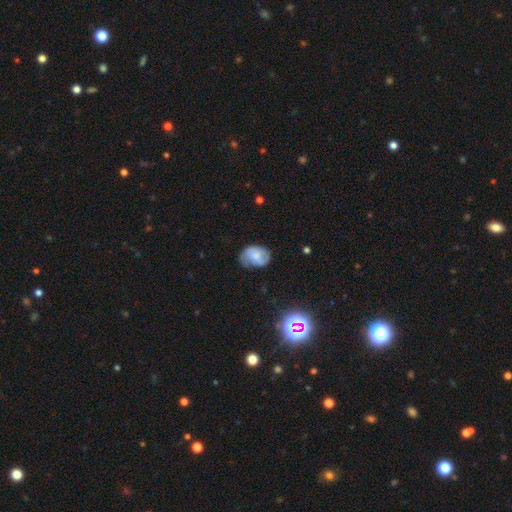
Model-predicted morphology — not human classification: smooth 59%, featured or disk 32%, star or artifact 8%. Down the decision tree: how rounded — in between (72%); merging — none (57%).